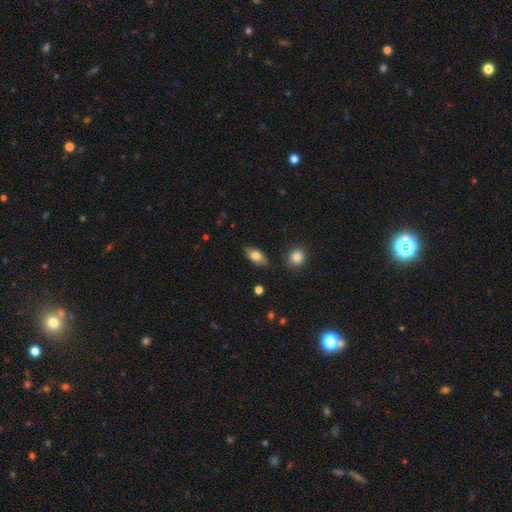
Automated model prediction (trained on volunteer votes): The model was most divided on "smooth or featured": smooth: 77%, featured or disk: 16%, star or artifact: 7%. More confident: how rounded — in between (89%); merging — none (82%).